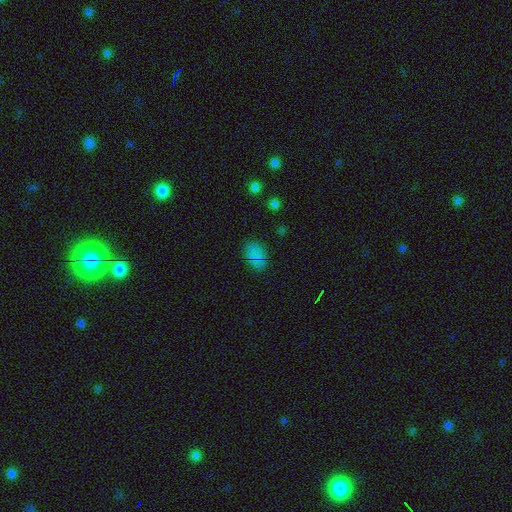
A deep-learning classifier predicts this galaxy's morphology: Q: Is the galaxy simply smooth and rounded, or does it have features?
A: smooth — 74%.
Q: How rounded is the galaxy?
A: in between — 86%.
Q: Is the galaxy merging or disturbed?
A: none — 80%.